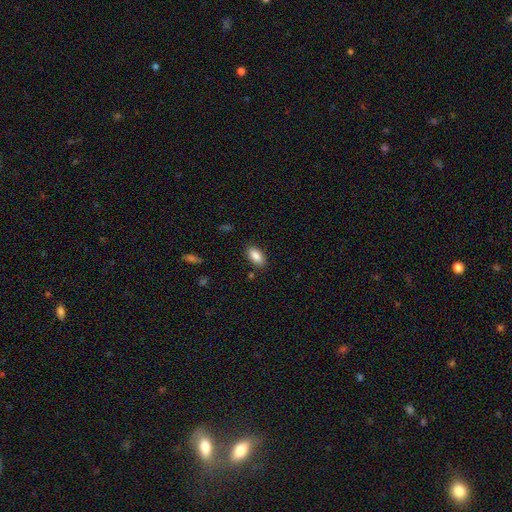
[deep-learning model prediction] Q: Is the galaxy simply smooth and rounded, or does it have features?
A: smooth — 87%.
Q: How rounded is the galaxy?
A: in between — 91%.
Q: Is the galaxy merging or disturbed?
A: none — 86%.